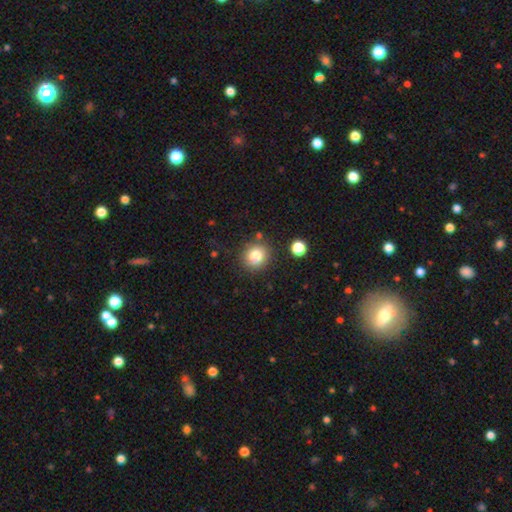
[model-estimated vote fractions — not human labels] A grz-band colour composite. It shows a smooth galaxy with no disk features (80%) that is round (88%). Merging: none (83%).